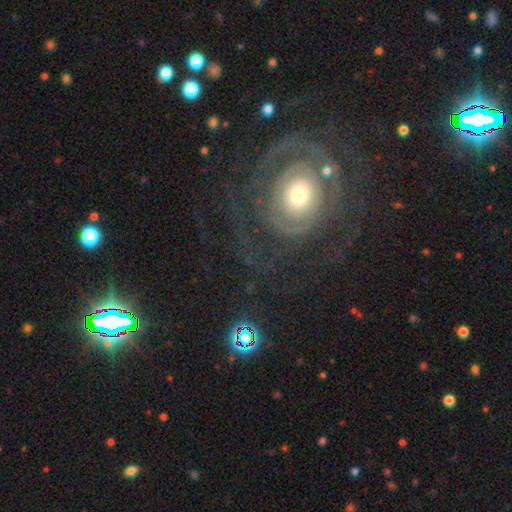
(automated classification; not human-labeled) Overall: featured or disk (74%). Edge-on disk: no (96%). Bar: no (77%). Spiral arms: yes (73%). Spiral arm count: can't tell (40%; 2 25%). Spiral winding: tight (68%). Bulge size: moderate (53%; small 32%). Merging: none (72%).